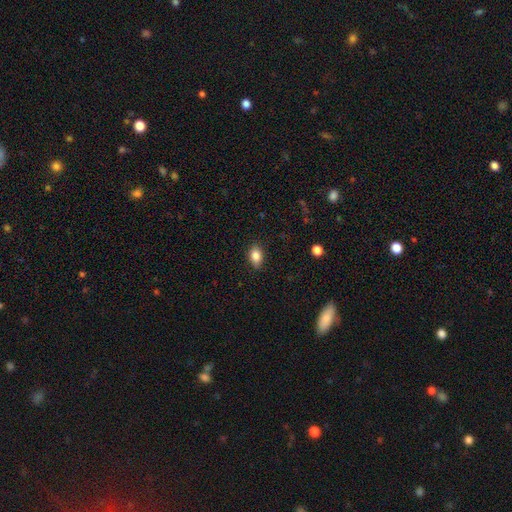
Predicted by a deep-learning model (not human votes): The model was most divided on "how rounded": in between: 84%, round: 14%, cigar-shaped: 2%. More confident: smooth or featured — smooth (86%); merging — none (85%).